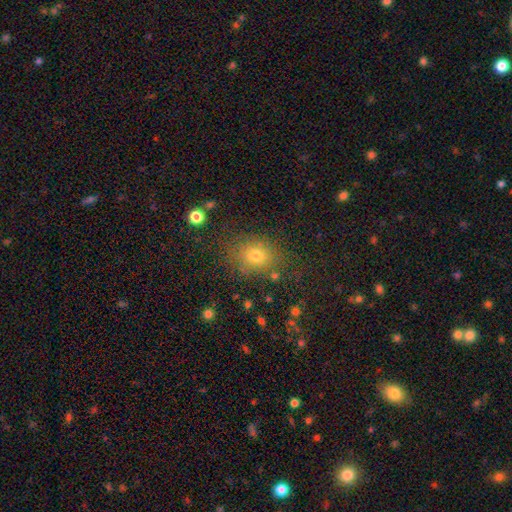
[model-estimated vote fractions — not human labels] smooth 73%, star or artifact 16%, featured or disk 10%. Down the decision tree: how rounded — round (54%); merging — none (77%).